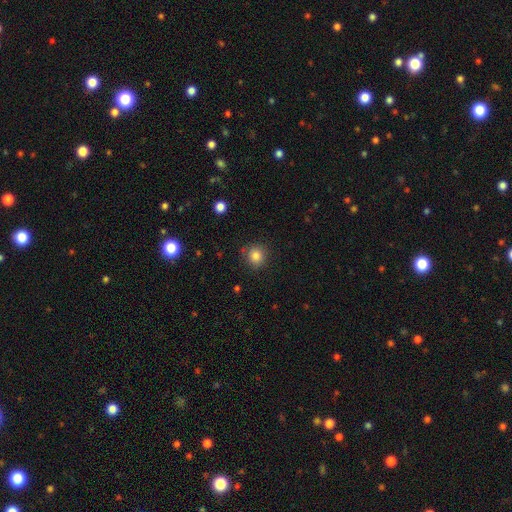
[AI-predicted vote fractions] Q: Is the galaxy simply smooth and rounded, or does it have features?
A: smooth — 83%.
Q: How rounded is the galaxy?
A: round — 89%.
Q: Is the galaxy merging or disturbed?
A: none — 84%.